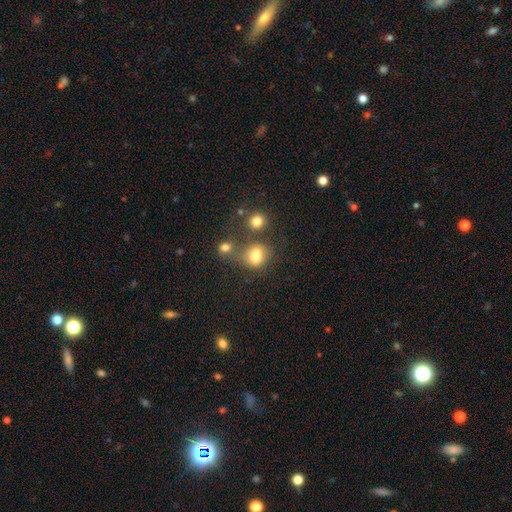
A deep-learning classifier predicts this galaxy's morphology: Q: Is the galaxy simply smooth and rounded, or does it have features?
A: smooth — 74%.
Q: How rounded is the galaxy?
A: round — 60%.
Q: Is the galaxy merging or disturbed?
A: none — 43%.